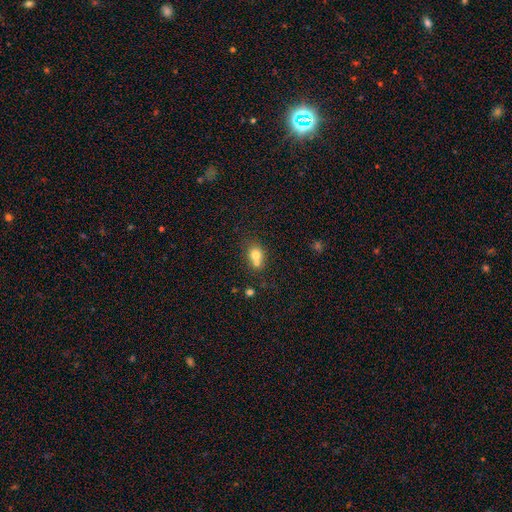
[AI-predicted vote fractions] Q: Smooth or featured?
A: smooth (75%); runner-up: featured or disk (14%)
Q: How rounded?
A: round (70%); runner-up: in between (29%)
Q: Merging?
A: merger (51%); runner-up: none (38%)